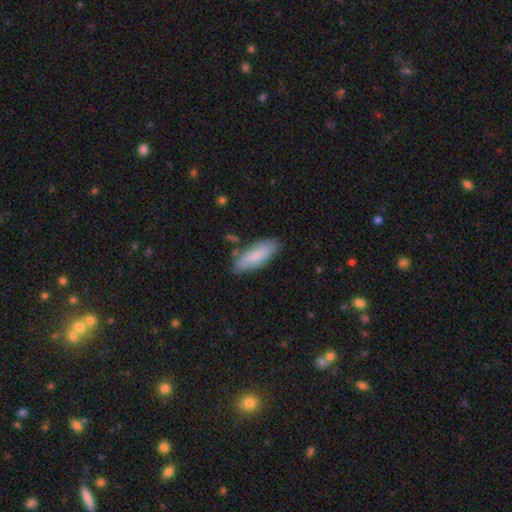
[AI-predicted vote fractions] Smooth or featured?
  - smooth: 82% *
  - featured or disk: 12%
  - star or artifact: 6%
How rounded?
  - in between: 60% *
  - cigar-shaped: 38%
  - round: 2%
Merging?
  - none: 80% *
  - minor disturbance: 14%
  - merger: 3%
  - major disturbance: 3%